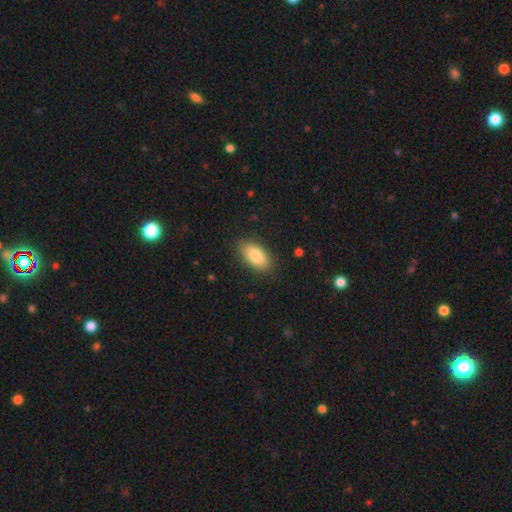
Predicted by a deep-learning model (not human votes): The model was most divided on "smooth or featured": smooth: 82%, featured or disk: 11%, star or artifact: 7%. More confident: how rounded — in between (91%); merging — none (86%).